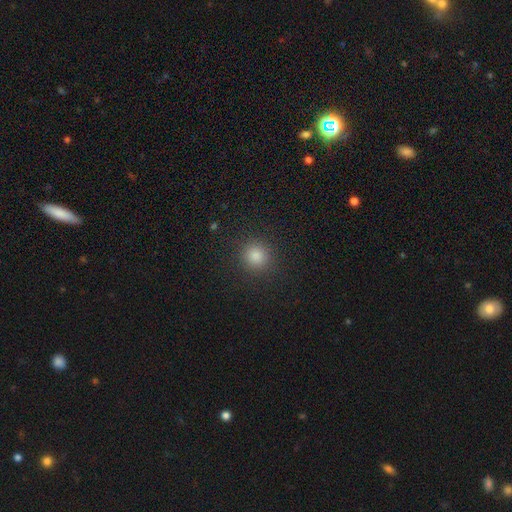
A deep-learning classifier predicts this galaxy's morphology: smooth_or_featured: smooth (p=0.82) [alt: star or artifact p=0.14]
how_rounded: round (p=0.91) [alt: in between p=0.08]
merging: none (p=0.91) [alt: minor disturbance p=0.06]